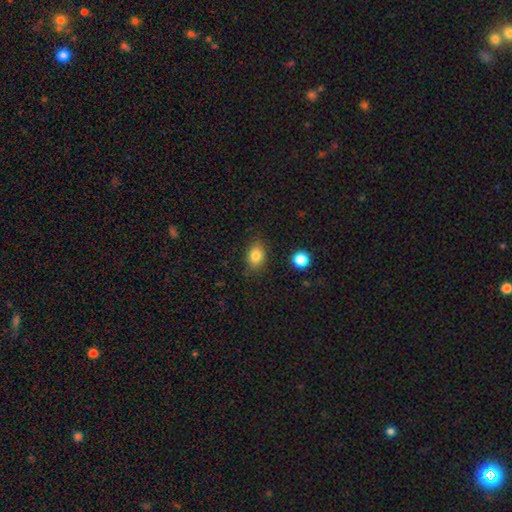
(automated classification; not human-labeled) smooth 83%, star or artifact 10%, featured or disk 8%. Down the decision tree: how rounded — in between (75%); merging — none (82%).